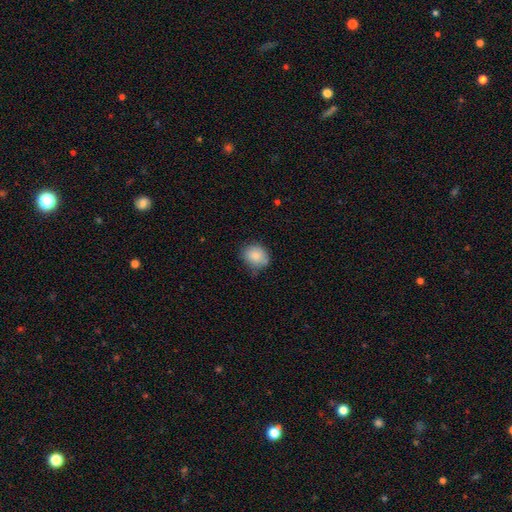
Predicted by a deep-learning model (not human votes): This is clearly a smooth galaxy (85%). How rounded: likely round (61%). Merging: likely none (68%).